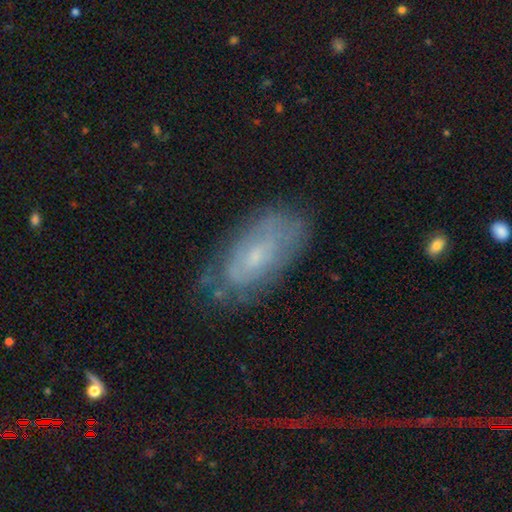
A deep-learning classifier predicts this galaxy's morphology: featured or disk 56%, smooth 34%, star or artifact 10%. Down the decision tree: edge-on disk — no (90%); bar — no (63%); spiral arms — yes (62%); bulge size — small (66%); merging — none (66%).